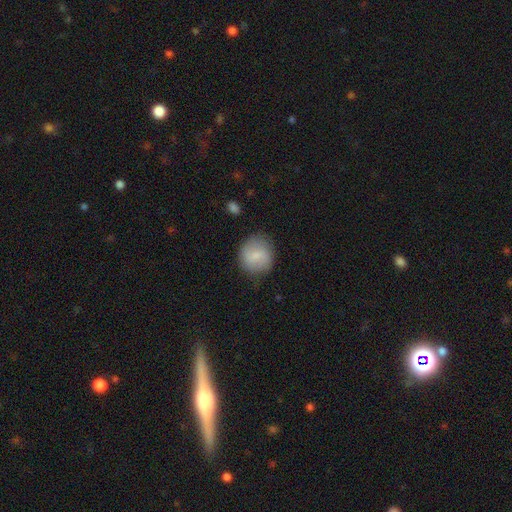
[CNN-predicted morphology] smooth 77%, featured or disk 17%, star or artifact 7%. Down the decision tree: how rounded — round (83%); merging — none (77%).